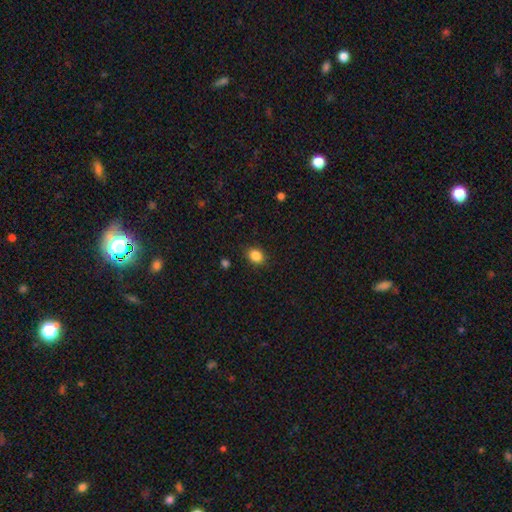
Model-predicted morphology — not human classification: Q: Smooth or featured?
A: smooth (86%); runner-up: star or artifact (10%)
Q: How rounded?
A: in between (55%); runner-up: round (44%)
Q: Merging?
A: none (87%); runner-up: minor disturbance (9%)